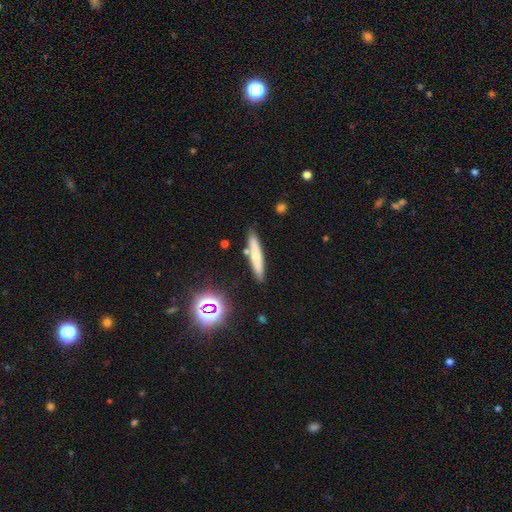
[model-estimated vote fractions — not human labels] This is possibly a smooth galaxy (59%). How rounded: clearly cigar-shaped (90%). Merging: clearly none (81%).